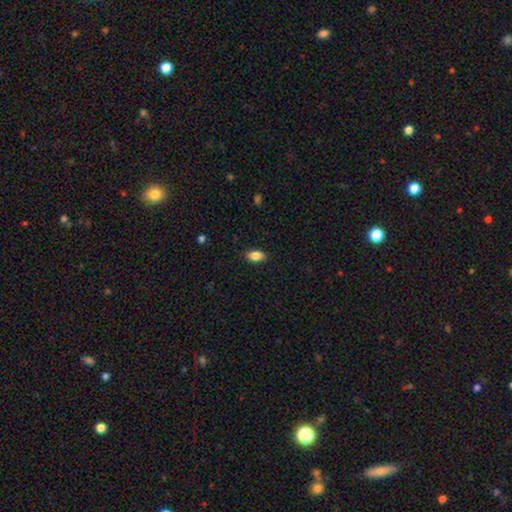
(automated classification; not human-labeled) smooth_or_featured: smooth (p=0.86) [alt: star or artifact p=0.08]
how_rounded: in between (p=0.91) [alt: round p=0.06]
merging: none (p=0.88) [alt: minor disturbance p=0.09]